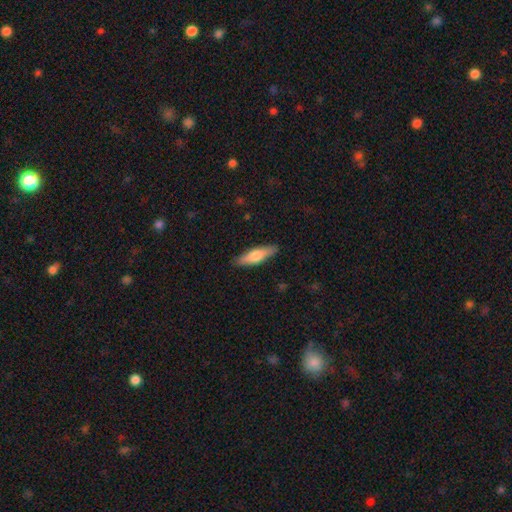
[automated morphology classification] A smooth galaxy with no disk features (63%) that is cigar-shaped (65%).

Vote fractions:
- Smooth or featured? smooth: 63% / featured or disk: 32% / star or artifact: 5%
- How rounded? cigar-shaped: 65% / in between: 33% / round: 2%
- Merging? none: 89% / minor disturbance: 8% / major disturbance: 2% / merger: 1%